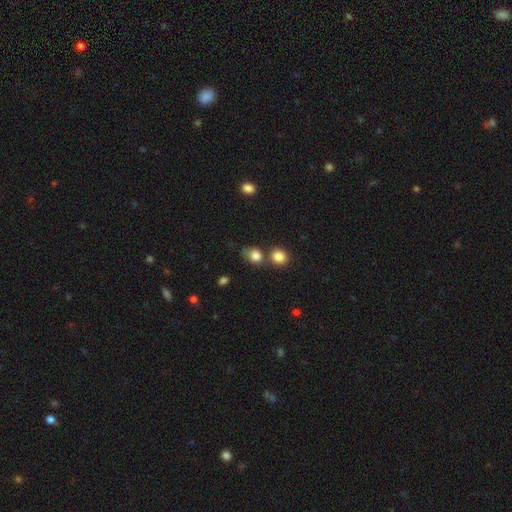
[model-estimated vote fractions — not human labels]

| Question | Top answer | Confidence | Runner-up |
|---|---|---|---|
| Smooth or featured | smooth | 83% | star or artifact (11%) |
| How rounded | round | 67% | in between (32%) |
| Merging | none | 50% | merger (27%) |